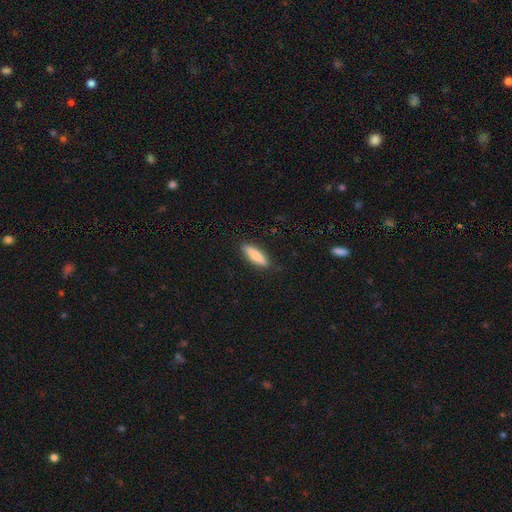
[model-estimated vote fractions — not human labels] Q: Smooth or featured?
A: smooth (78%); runner-up: featured or disk (16%)
Q: How rounded?
A: cigar-shaped (63%); runner-up: in between (35%)
Q: Merging?
A: none (87%); runner-up: minor disturbance (10%)